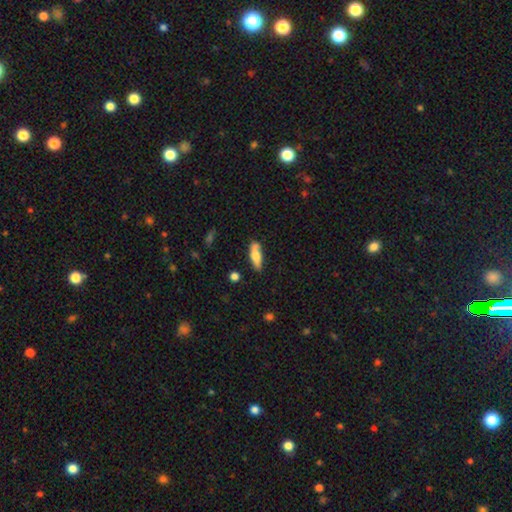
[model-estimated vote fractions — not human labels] Smooth or featured? smooth (66%)
How rounded? in between (53%)
Merging? none (67%)